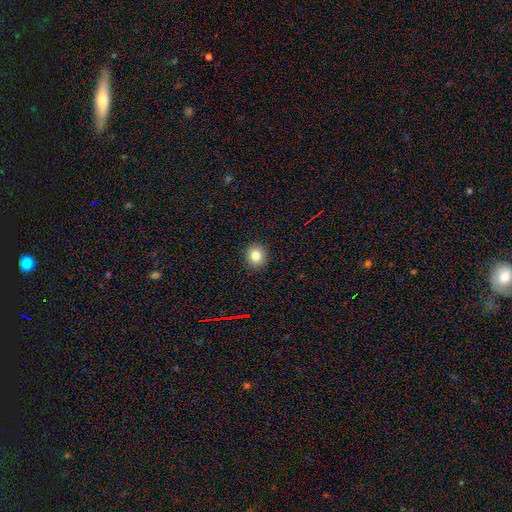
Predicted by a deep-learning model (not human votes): Smooth or featured: smooth — 81% (star or artifact — 12%)
How rounded: round — 82% (in between — 17%)
Merging: none — 92% (minor disturbance — 6%)